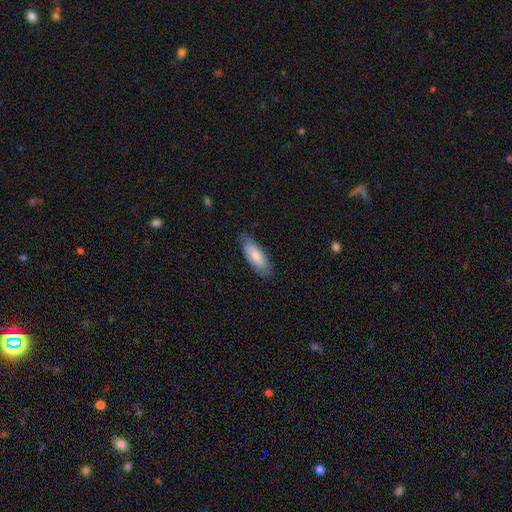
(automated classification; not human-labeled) smooth_or_featured: smooth (p=0.82) [alt: featured or disk p=0.13]
how_rounded: in between (p=0.67) [alt: cigar-shaped p=0.31]
merging: none (p=0.83) [alt: minor disturbance p=0.13]